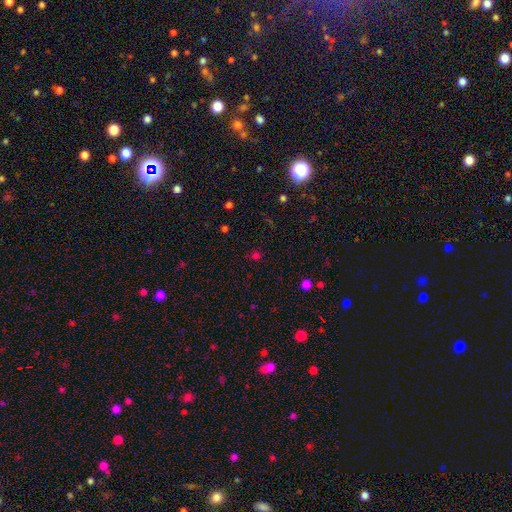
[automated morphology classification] Smooth or featured? smooth (53%)
How rounded? round (84%)
Merging? none (82%)